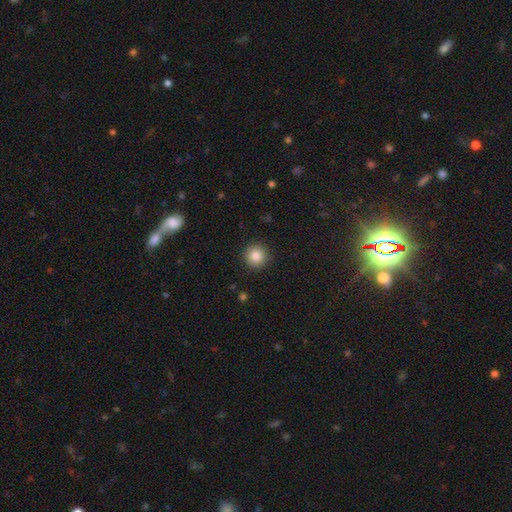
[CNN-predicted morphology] A smooth galaxy with no disk features (85%) that is round (95%).

Vote fractions:
- Smooth or featured? smooth: 85% / star or artifact: 10% / featured or disk: 5%
- How rounded? round: 95% / in between: 4% / cigar-shaped: 1%
- Merging? none: 91% / minor disturbance: 6% / major disturbance: 2% / merger: 1%